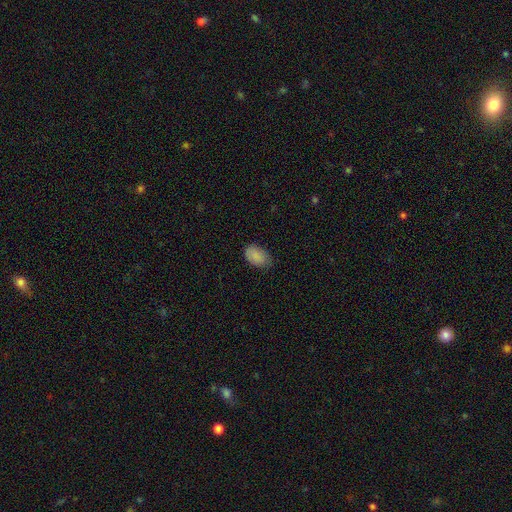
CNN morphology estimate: smooth 88%, star or artifact 7%, featured or disk 5%. Down the decision tree: how rounded — in between (90%); merging — none (71%).